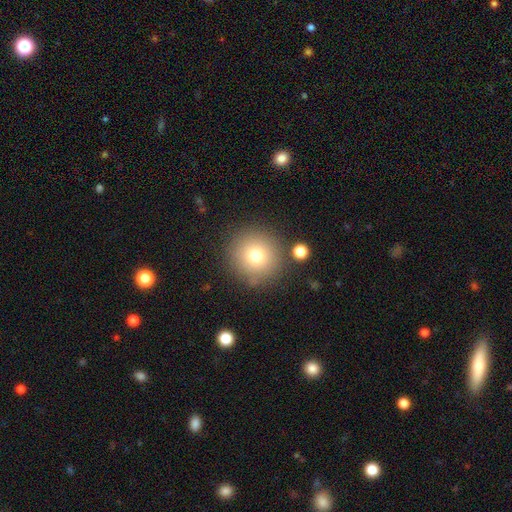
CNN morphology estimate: A smooth galaxy with no disk features (75%) that is round (95%).

Vote fractions:
- Smooth or featured? smooth: 75% / star or artifact: 13% / featured or disk: 12%
- How rounded? round: 95% / in between: 4% / cigar-shaped: 1%
- Merging? none: 84% / minor disturbance: 8% / merger: 4% / major disturbance: 3%